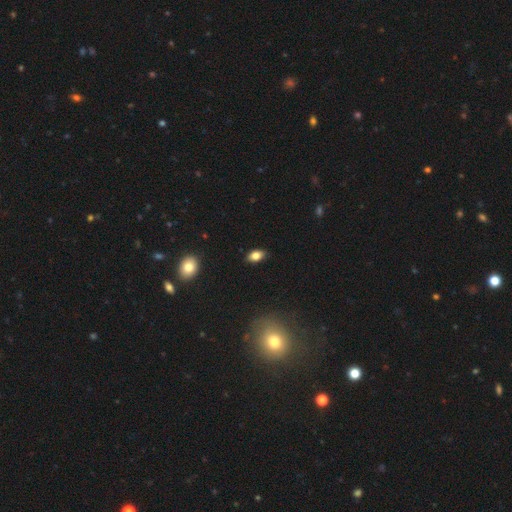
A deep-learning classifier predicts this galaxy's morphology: smooth-or-featured: smooth: 81% | featured or disk: 10% | star or artifact: 9%
  how-rounded: in between: 89% | round: 9% | cigar-shaped: 3%
  merging: none: 86% | minor disturbance: 11% | major disturbance: 2% | merger: 1%